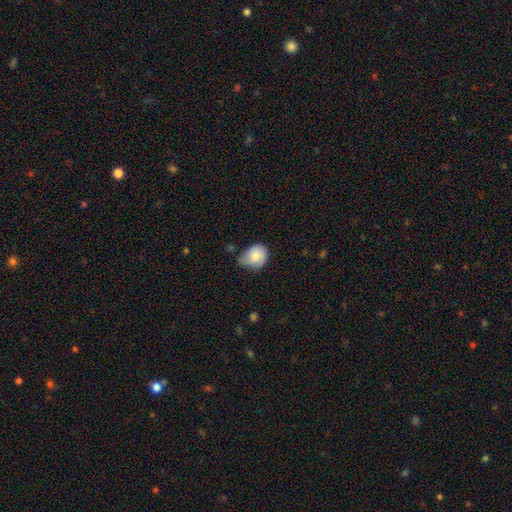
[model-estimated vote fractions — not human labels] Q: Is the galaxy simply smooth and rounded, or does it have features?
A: smooth — 75%.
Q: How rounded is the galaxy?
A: round — 53%.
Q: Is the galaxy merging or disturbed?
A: minor disturbance — 47%.